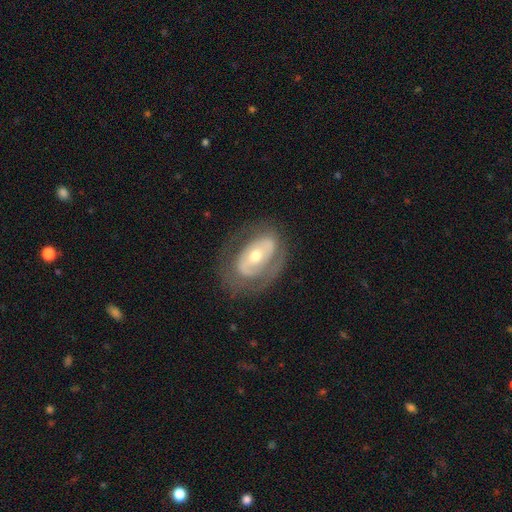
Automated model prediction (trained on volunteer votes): A featured or disk galaxy (70%) with no bar (53%), no spiral arms (52%) and a moderate central bulge (61%). Merging: none (68%).